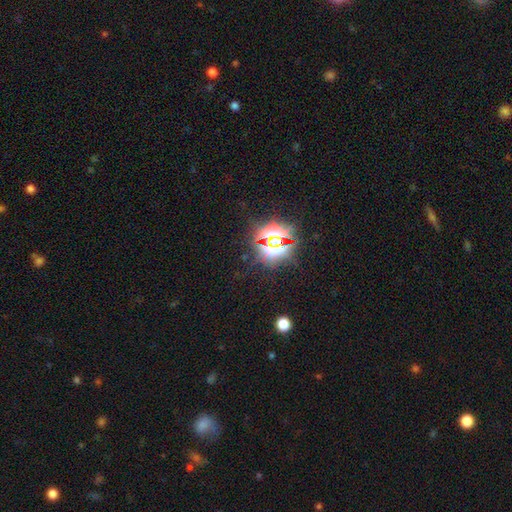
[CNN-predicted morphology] Q: Smooth or featured?
A: star or artifact (83%); runner-up: smooth (11%)